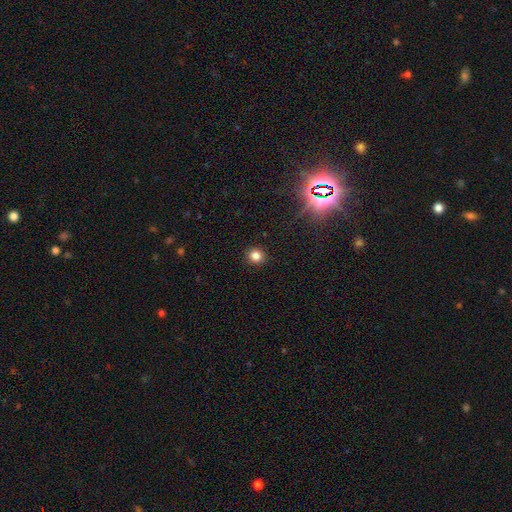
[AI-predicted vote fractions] Smooth or featured? Predicted: smooth (p=0.83). How rounded? Predicted: round (p=0.89). Merging? Predicted: none (p=0.92).